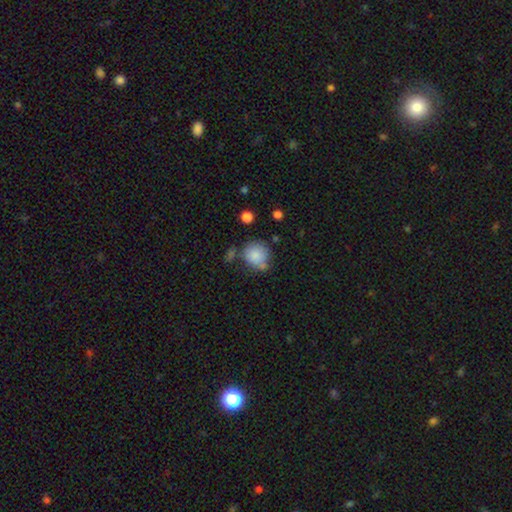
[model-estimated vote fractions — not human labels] Smooth or featured? Predicted: smooth (p=0.83). How rounded? Predicted: round (p=0.86). Merging? Predicted: none (p=0.59).